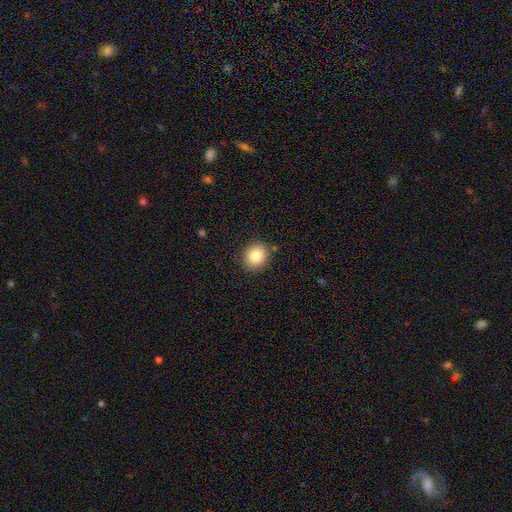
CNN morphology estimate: Q: Smooth or featured?
A: smooth (83%); runner-up: star or artifact (10%)
Q: How rounded?
A: round (82%); runner-up: in between (18%)
Q: Merging?
A: none (87%); runner-up: minor disturbance (9%)